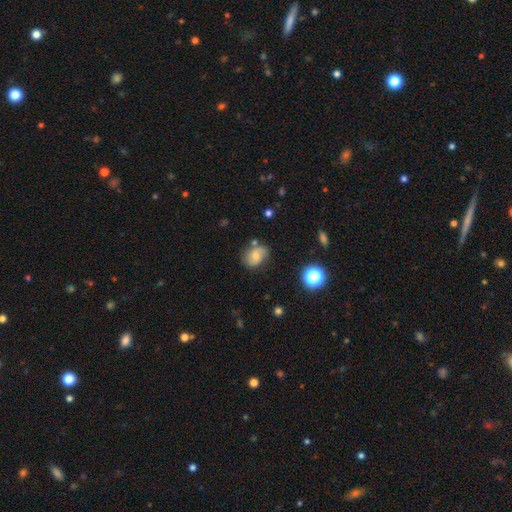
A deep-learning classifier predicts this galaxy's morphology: type=smooth (50%); merging=none (62%).